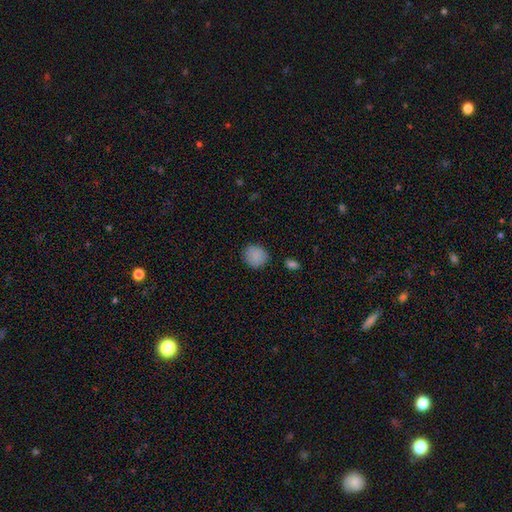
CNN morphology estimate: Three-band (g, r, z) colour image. It shows a smooth galaxy with no disk features (87%) that is round (84%). Merging: none (85%).